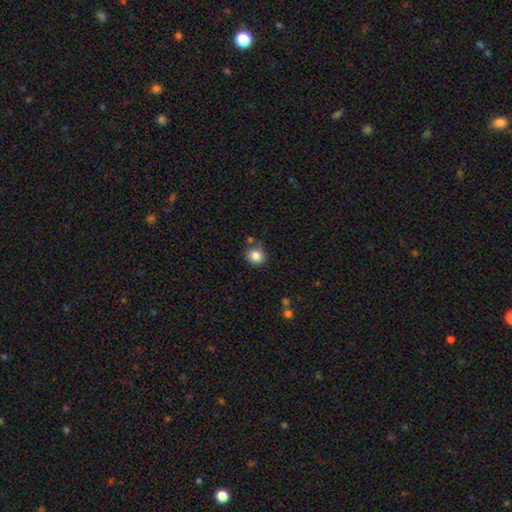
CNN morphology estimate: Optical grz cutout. It shows a smooth galaxy with no disk features (84%) that is round (81%). Merging: none (69%).